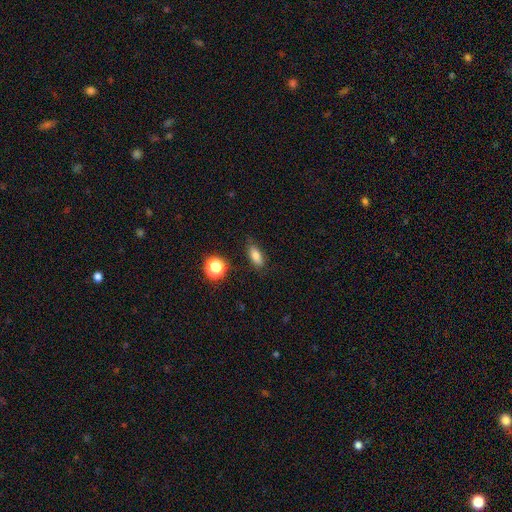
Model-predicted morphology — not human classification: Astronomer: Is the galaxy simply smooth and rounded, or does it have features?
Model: smooth — 79%.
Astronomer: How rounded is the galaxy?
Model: in between — 76%.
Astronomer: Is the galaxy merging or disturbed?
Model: none — 79%.